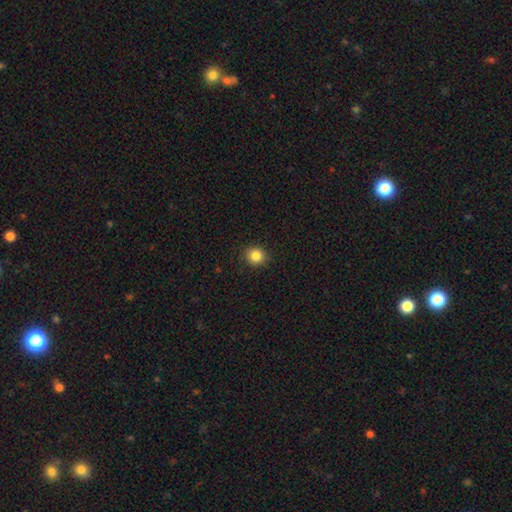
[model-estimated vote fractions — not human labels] smooth_or_featured: smooth (p=0.85) [alt: star or artifact p=0.11]
how_rounded: round (p=0.86) [alt: in between p=0.14]
merging: none (p=0.90) [alt: minor disturbance p=0.07]